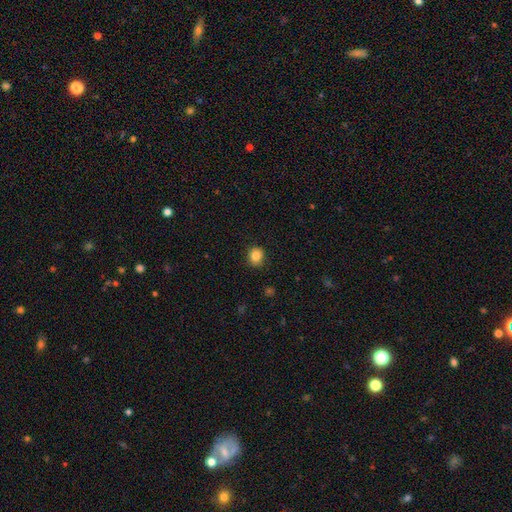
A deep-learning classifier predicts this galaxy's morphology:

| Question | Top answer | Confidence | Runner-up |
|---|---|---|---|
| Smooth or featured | smooth | 85% | star or artifact (11%) |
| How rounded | round | 82% | in between (18%) |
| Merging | none | 89% | minor disturbance (8%) |